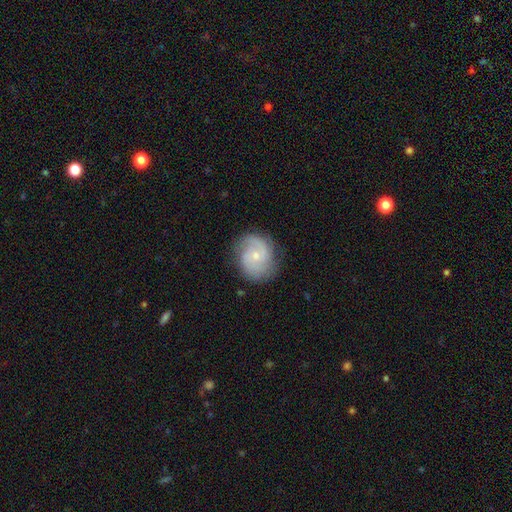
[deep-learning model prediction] Smooth or featured? Predicted: featured or disk (p=0.75). Edge-on disk? Predicted: no (p=0.98). Bar? Predicted: no (p=0.69). Spiral arms? Predicted: yes (p=0.94). Spiral winding? Predicted: medium (p=0.43). Spiral arm count? Predicted: 2 (p=0.63). Bulge size? Predicted: small (p=0.66). Merging? Predicted: none (p=0.78).